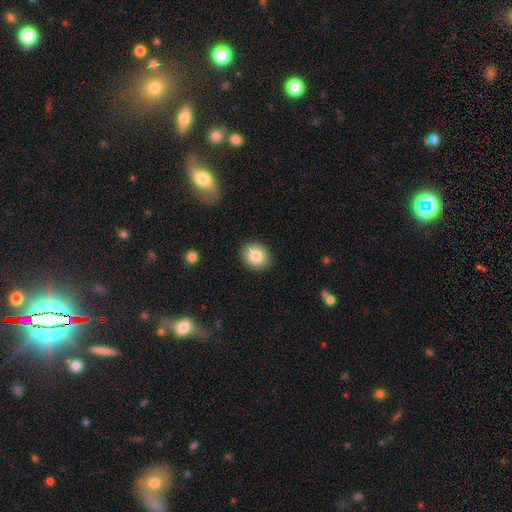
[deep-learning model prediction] Smooth or featured? Predicted: smooth (p=0.84). How rounded? Predicted: round (p=0.53). Merging? Predicted: none (p=0.89).